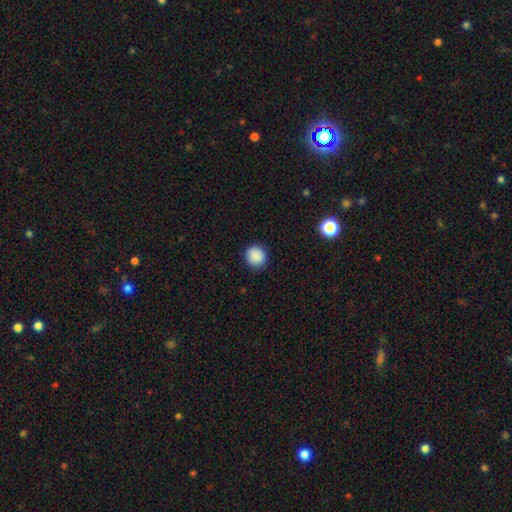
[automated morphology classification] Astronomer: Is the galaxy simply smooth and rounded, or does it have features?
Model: smooth — 89%.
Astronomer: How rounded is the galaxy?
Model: round — 90%.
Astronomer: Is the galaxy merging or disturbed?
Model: none — 90%.